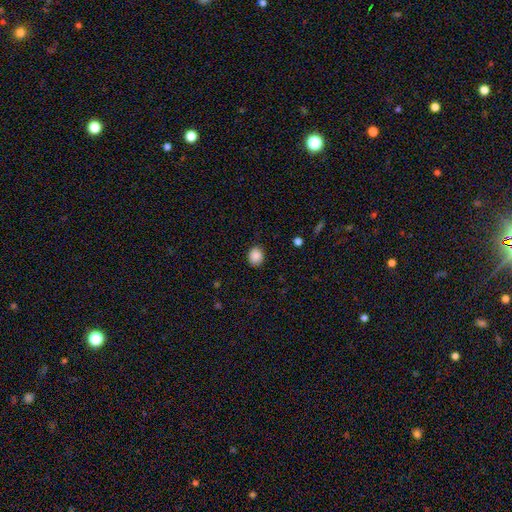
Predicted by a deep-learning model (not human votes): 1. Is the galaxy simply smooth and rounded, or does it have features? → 88% smooth, 9% star or artifact, 3% featured or disk.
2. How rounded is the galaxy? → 65% round, 34% in between, 1% cigar-shaped.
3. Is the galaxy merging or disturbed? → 87% none, 9% minor disturbance, 2% major disturbance, 1% merger.